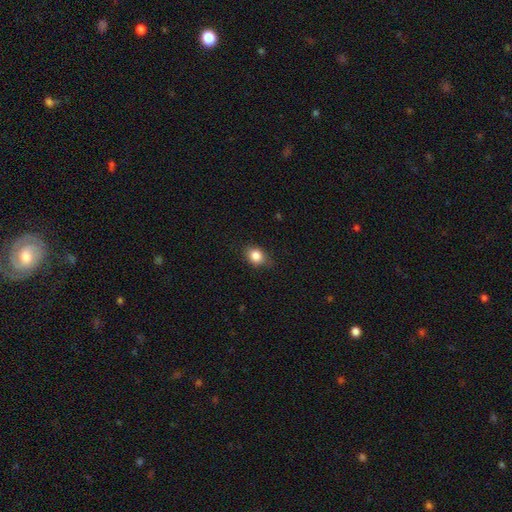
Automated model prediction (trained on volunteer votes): Overall: smooth (85%). How rounded: in between (55%; round 44%). Merging: none (78%).